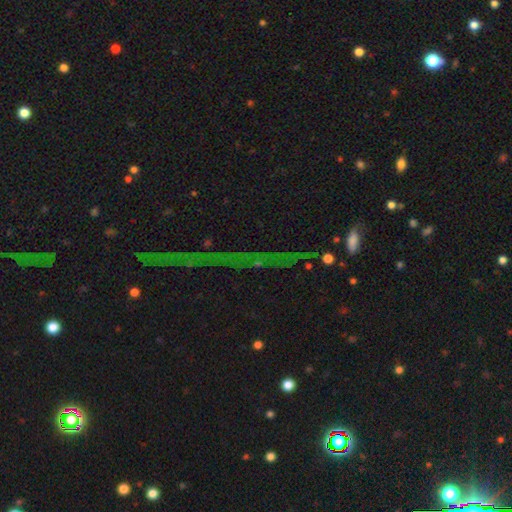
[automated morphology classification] The model was most divided on "smooth or featured": star or artifact: 78%, featured or disk: 11%, smooth: 11%.